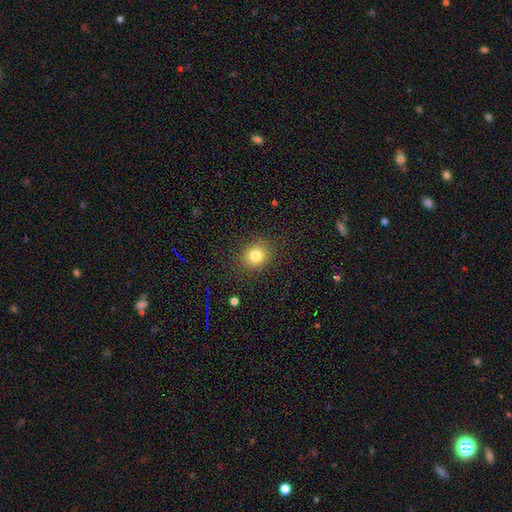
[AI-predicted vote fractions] smooth_or_featured: smooth (p=0.79) [alt: star or artifact p=0.12]
how_rounded: round (p=0.72) [alt: in between p=0.27]
merging: none (p=0.87) [alt: minor disturbance p=0.09]